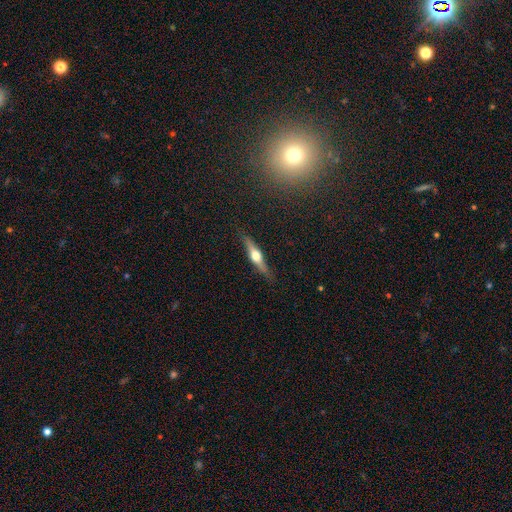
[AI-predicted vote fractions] This appears to be a featured or disk galaxy (69%) viewed edge-on (97%) with a rounded central bulge (94%). Merging: none (88%).